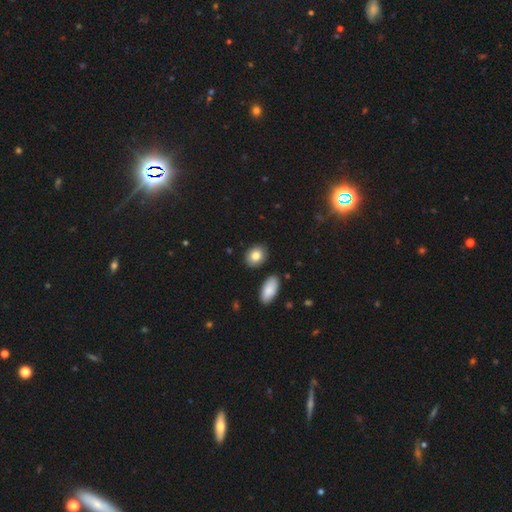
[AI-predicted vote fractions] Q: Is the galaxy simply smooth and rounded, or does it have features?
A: smooth — 84%.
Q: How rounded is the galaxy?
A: in between — 61%.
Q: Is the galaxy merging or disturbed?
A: none — 85%.